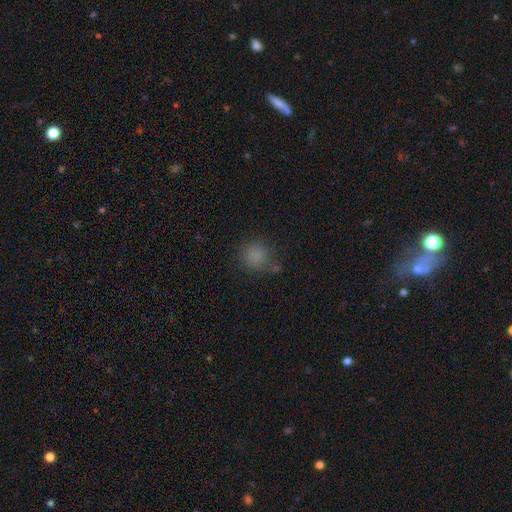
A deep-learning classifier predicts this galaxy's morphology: smooth-or-featured: smooth: 80% | star or artifact: 15% | featured or disk: 5%
  how-rounded: round: 89% | in between: 10% | cigar-shaped: 1%
  merging: none: 72% | minor disturbance: 15% | merger: 7% | major disturbance: 6%